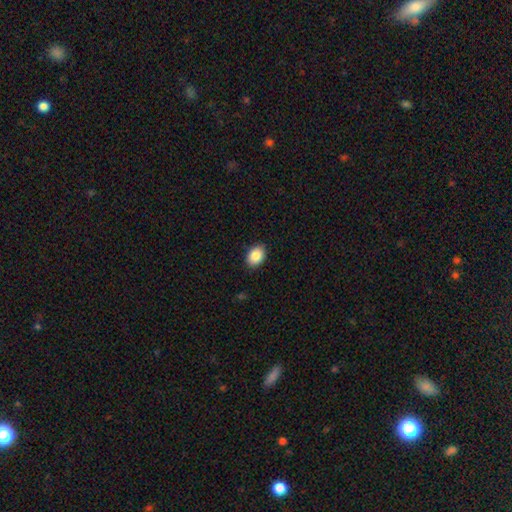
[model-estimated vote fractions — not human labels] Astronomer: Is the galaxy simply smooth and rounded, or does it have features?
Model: smooth — 88%.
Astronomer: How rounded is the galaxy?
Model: in between — 77%.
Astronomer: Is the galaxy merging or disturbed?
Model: none — 89%.